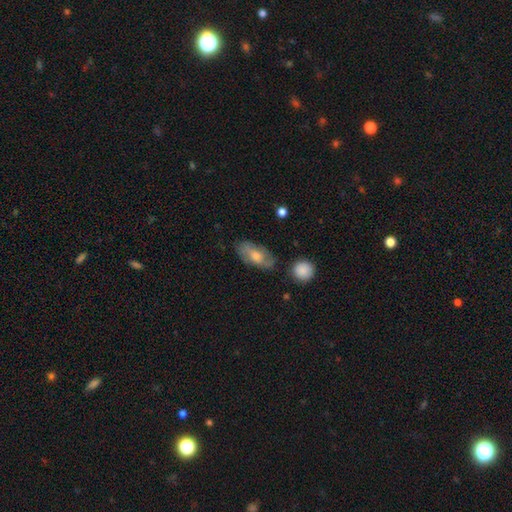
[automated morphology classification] A smooth galaxy with no disk features (51%) that is in between round and cigar-shaped (86%). Merging: none (75%).